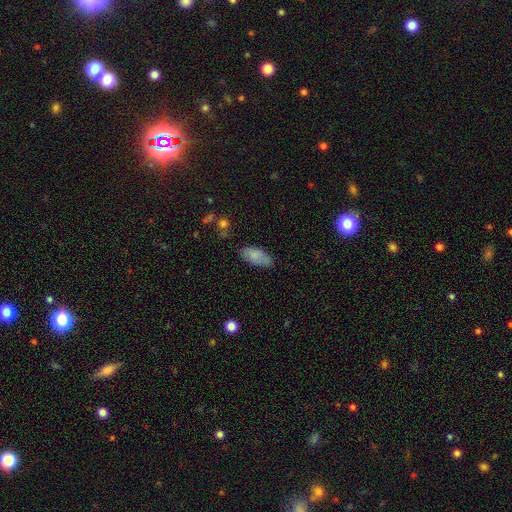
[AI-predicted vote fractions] This is clearly a smooth galaxy (82%). How rounded: clearly in between (88%). Merging: likely none (69%).